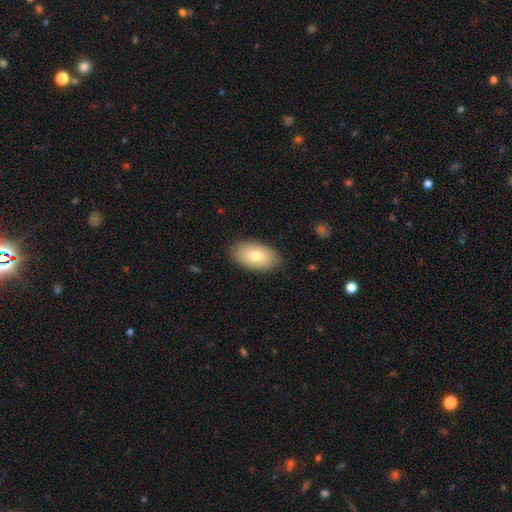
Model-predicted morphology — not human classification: Smooth or featured? smooth (76%)
How rounded? in between (94%)
Merging? none (87%)